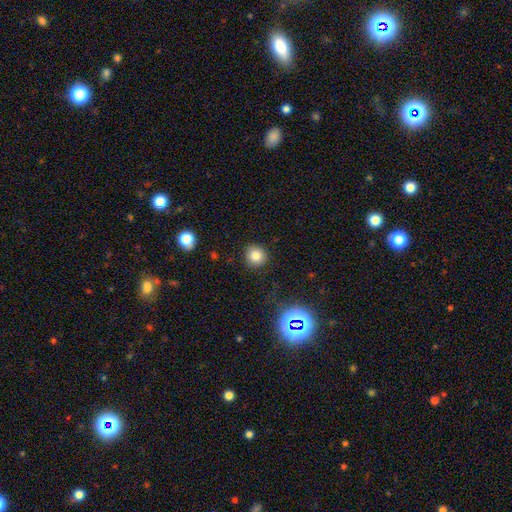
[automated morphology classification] Overall: smooth (80%). How rounded: round (91%). Merging: none (90%).